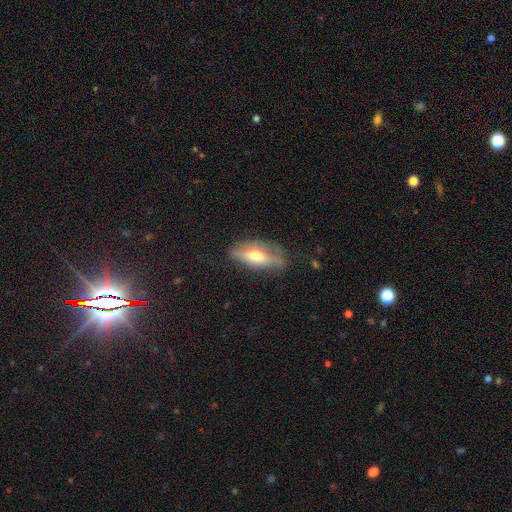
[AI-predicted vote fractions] A smooth galaxy with no disk features (56%) that is in between round and cigar-shaped (68%).

Vote fractions:
- Smooth or featured? smooth: 56% / featured or disk: 37% / star or artifact: 7%
- How rounded? in between: 68% / cigar-shaped: 29% / round: 3%
- Merging? none: 59% / minor disturbance: 28% / major disturbance: 11% / merger: 3%